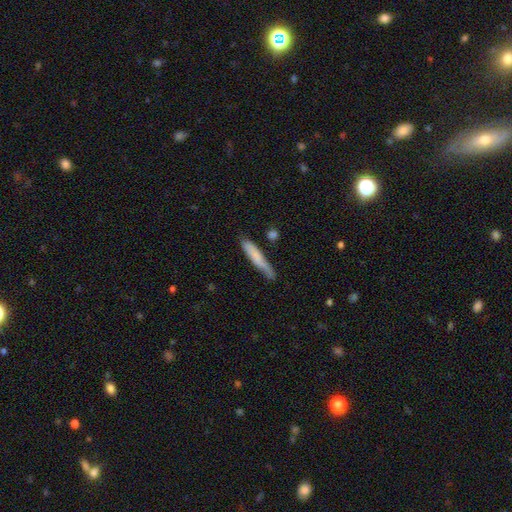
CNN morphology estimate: Q: Smooth or featured?
A: smooth (72%); runner-up: featured or disk (23%)
Q: How rounded?
A: cigar-shaped (91%); runner-up: in between (7%)
Q: Merging?
A: none (64%); runner-up: minor disturbance (26%)